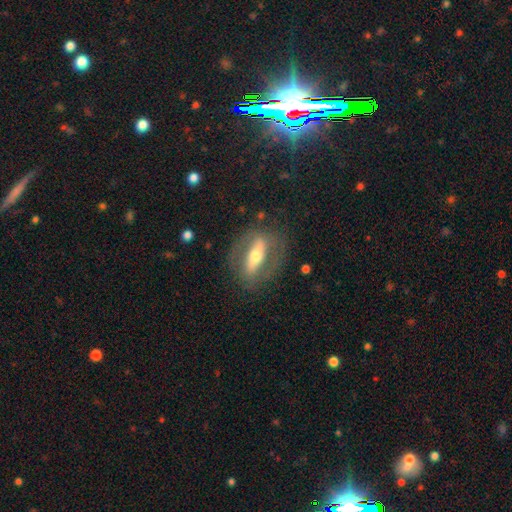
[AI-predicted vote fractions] This appears to be a featured or disk galaxy (69%). Merging: none (75%).